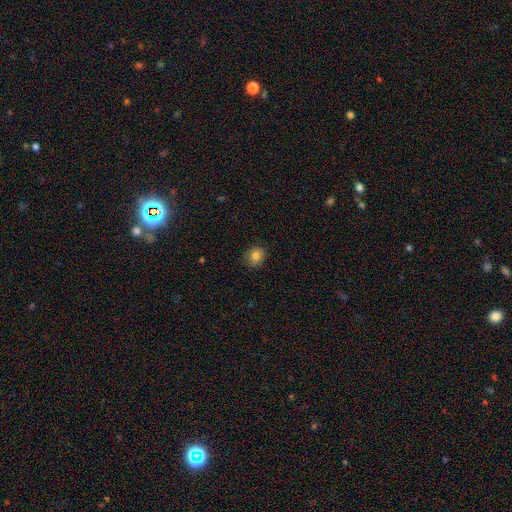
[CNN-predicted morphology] The model was most divided on "how rounded": round: 73%, in between: 26%, cigar-shaped: 1%. More confident: merging — none (86%); smooth or featured — smooth (81%).